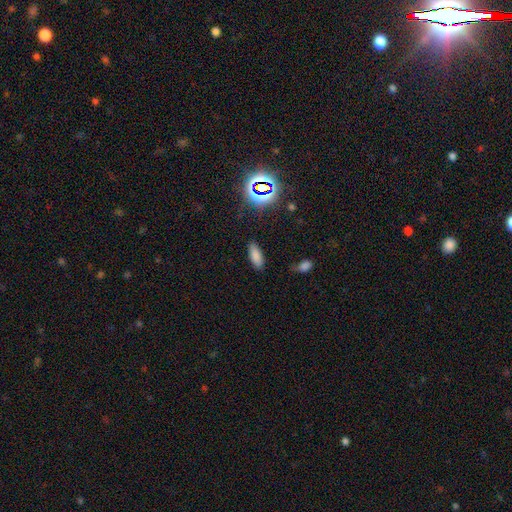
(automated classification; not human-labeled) This appears to be a smooth galaxy with no disk features (78%) that is in between round and cigar-shaped (76%). Merging: none (84%).